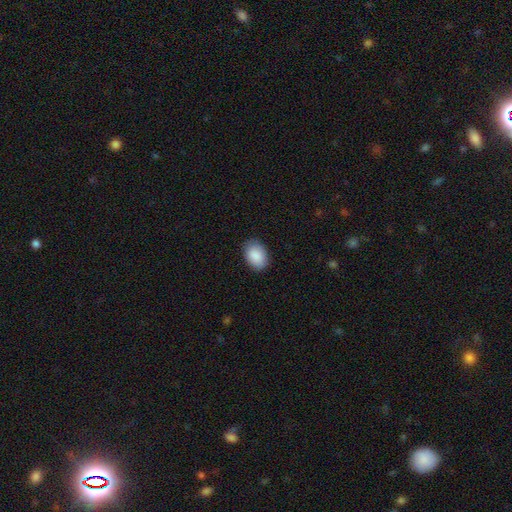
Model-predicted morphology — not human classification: Q: Smooth or featured?
A: smooth (90%); runner-up: star or artifact (6%)
Q: How rounded?
A: in between (85%); runner-up: round (14%)
Q: Merging?
A: none (85%); runner-up: minor disturbance (12%)